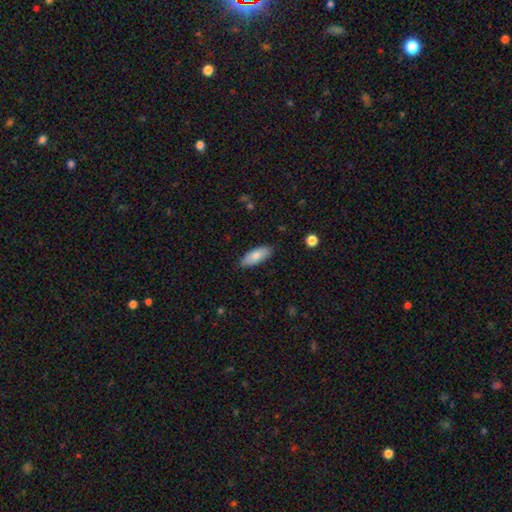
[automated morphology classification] Smooth or featured: smooth — 81% (featured or disk — 13%)
How rounded: in between — 80% (cigar-shaped — 18%)
Merging: none — 87% (minor disturbance — 10%)